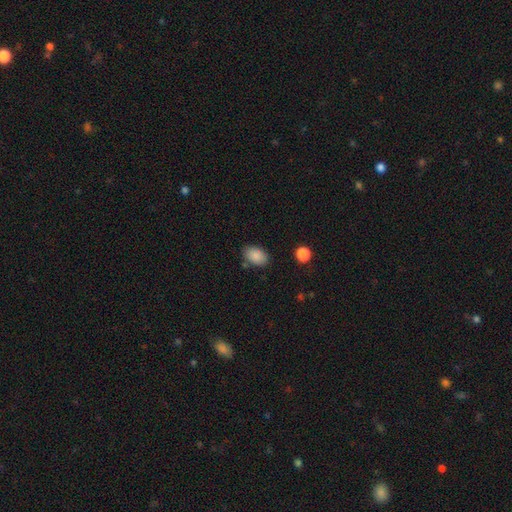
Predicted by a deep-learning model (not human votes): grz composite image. It shows a smooth galaxy with no disk features (87%) that is in between round and cigar-shaped (88%). Merging: none (78%).